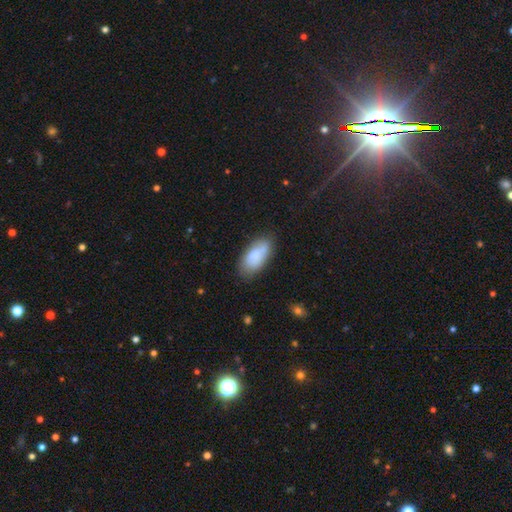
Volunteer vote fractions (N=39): smooth-or-featured: smooth: 77% | featured or disk: 13% | star or artifact: 10%
  how-rounded: in between: 97% | round: 3% | cigar-shaped: 0%
  merging: none: 77% | minor disturbance: 14% | major disturbance: 9% | merger: 0%